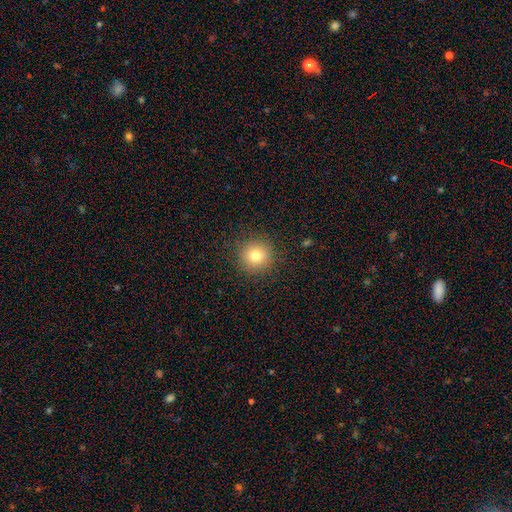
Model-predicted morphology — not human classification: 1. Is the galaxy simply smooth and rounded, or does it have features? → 78% smooth, 13% star or artifact, 9% featured or disk.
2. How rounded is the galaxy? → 95% round, 5% in between, 1% cigar-shaped.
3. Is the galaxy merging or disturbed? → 90% none, 6% minor disturbance, 3% major disturbance, 1% merger.